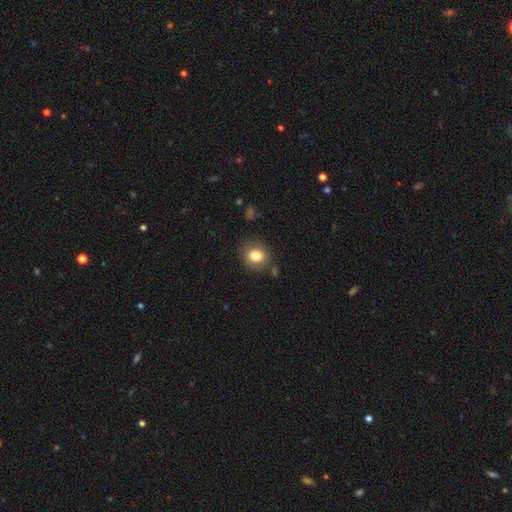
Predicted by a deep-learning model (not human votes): Morphology: type=smooth (82%); roundness=round (72%); merging=none (83%).